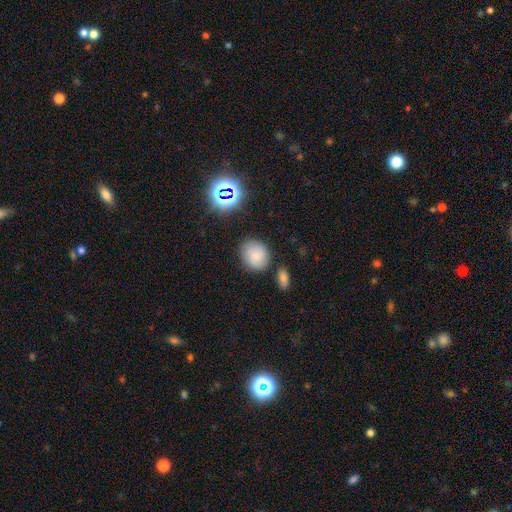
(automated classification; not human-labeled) smooth_or_featured: smooth (p=0.72) [alt: featured or disk p=0.16]
how_rounded: round (p=0.68) [alt: in between p=0.31]
merging: none (p=0.75) [alt: minor disturbance p=0.16]